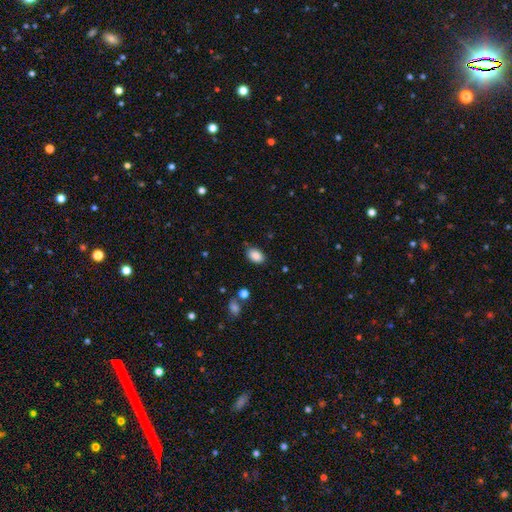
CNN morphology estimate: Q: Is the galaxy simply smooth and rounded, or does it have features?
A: smooth — 88%.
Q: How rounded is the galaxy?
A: in between — 89%.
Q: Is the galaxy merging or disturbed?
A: none — 78%.